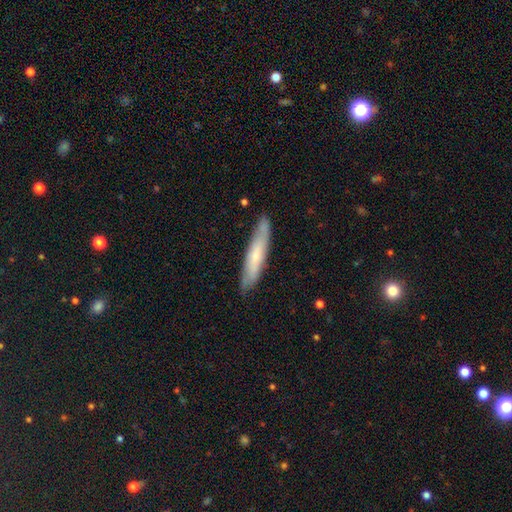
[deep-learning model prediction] Q: Smooth or featured?
A: smooth (53%); runner-up: featured or disk (41%)
Q: How rounded?
A: cigar-shaped (85%); runner-up: in between (13%)
Q: Merging?
A: none (82%); runner-up: minor disturbance (14%)